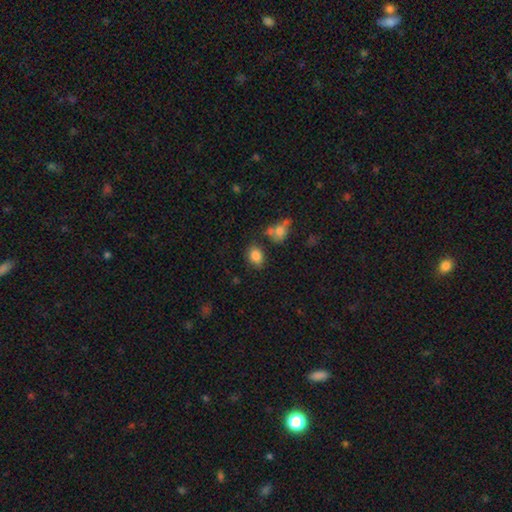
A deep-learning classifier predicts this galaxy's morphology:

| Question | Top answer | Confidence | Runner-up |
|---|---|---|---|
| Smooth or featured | smooth | 84% | star or artifact (9%) |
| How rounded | in between | 61% | round (38%) |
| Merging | none | 72% | minor disturbance (15%) |